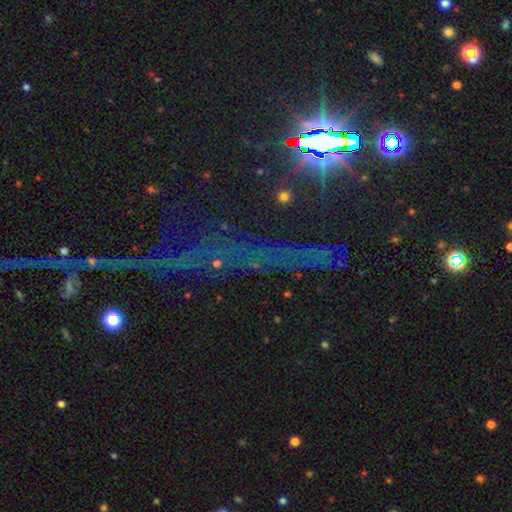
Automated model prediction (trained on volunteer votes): A star or artifact, not a galaxy (75%).

Vote fractions:
- Smooth or featured? star or artifact: 75% / featured or disk: 14% / smooth: 10%